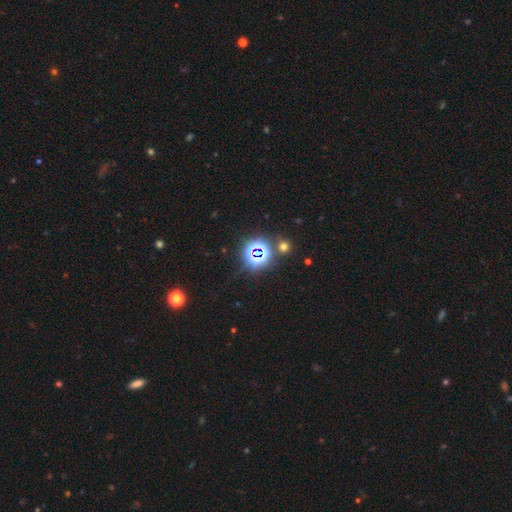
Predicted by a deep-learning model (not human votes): Q: Smooth or featured?
A: star or artifact (73%); runner-up: smooth (19%)